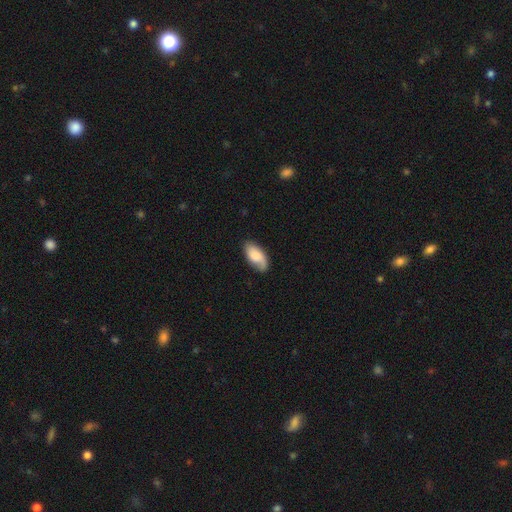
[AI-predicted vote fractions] Smooth or featured?
  - smooth: 70% *
  - featured or disk: 23%
  - star or artifact: 6%
How rounded?
  - in between: 93% *
  - cigar-shaped: 4%
  - round: 2%
Merging?
  - none: 72% *
  - minor disturbance: 21%
  - major disturbance: 6%
  - merger: 2%